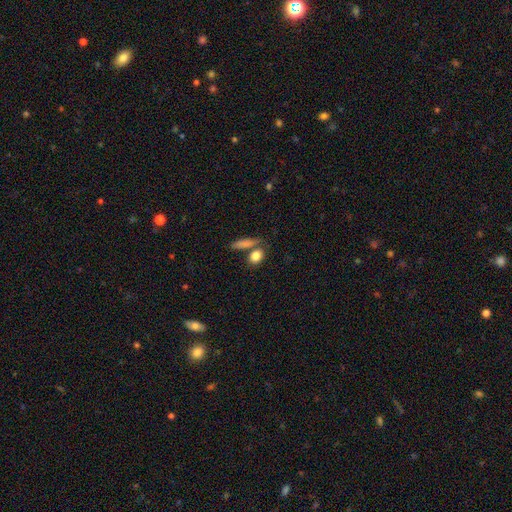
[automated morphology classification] type=smooth (85%); roundness=in between (57%); merging=none (60%).